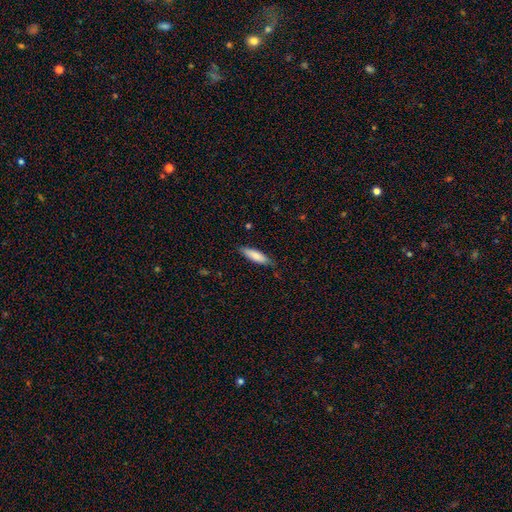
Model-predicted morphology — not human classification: Smooth or featured? smooth (82%)
How rounded? cigar-shaped (60%)
Merging? none (81%)